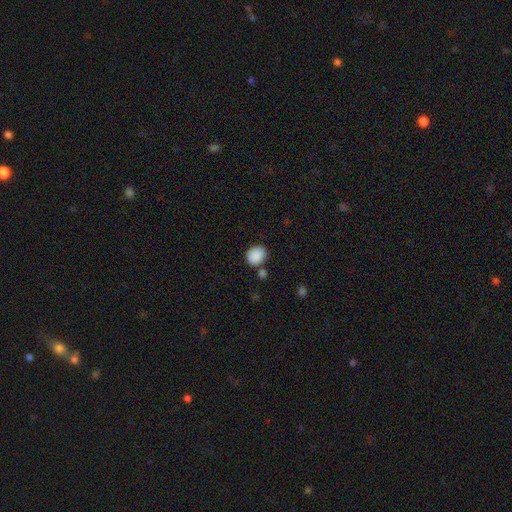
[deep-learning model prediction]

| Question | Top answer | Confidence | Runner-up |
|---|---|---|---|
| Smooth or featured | smooth | 88% | star or artifact (8%) |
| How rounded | round | 56% | in between (44%) |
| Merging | none | 72% | minor disturbance (14%) |